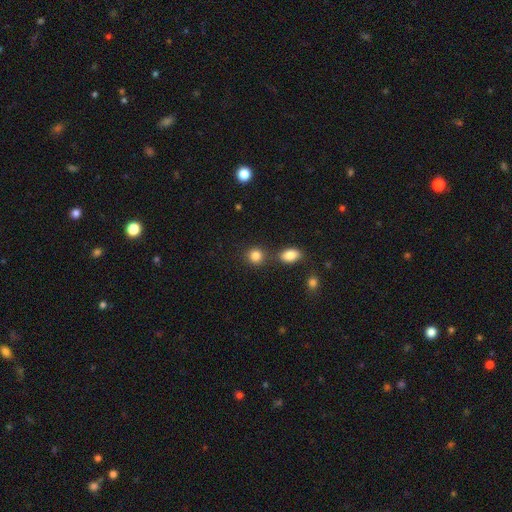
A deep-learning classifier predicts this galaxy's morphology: type=smooth (84%); roundness=round (82%); merging=none (73%).